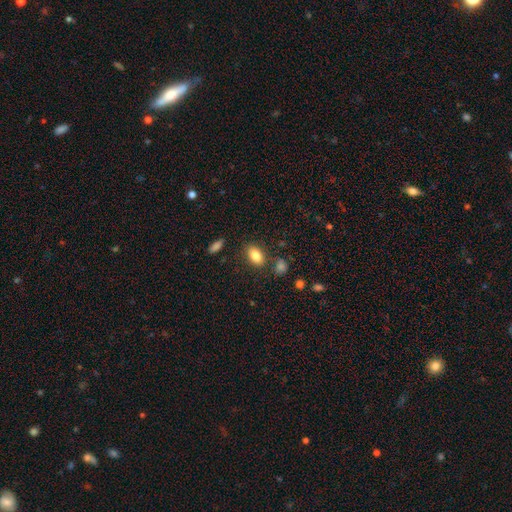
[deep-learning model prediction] Q: Smooth or featured?
A: smooth (84%); runner-up: star or artifact (8%)
Q: How rounded?
A: in between (88%); runner-up: round (10%)
Q: Merging?
A: none (80%); runner-up: minor disturbance (11%)